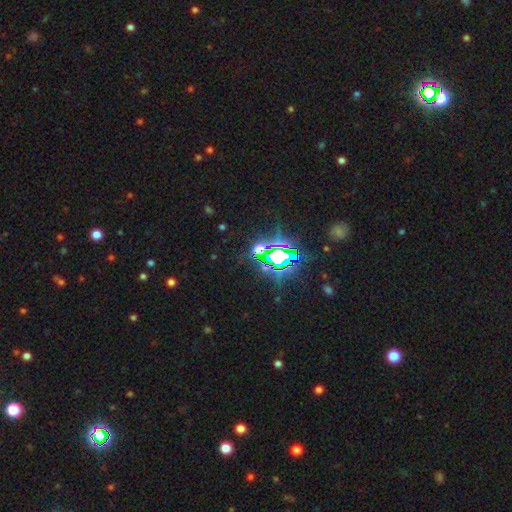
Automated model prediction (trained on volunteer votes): smooth-or-featured: star or artifact: 81% | smooth: 11% | featured or disk: 8%